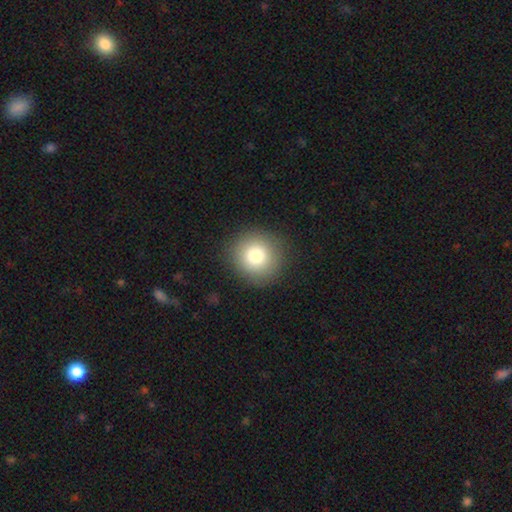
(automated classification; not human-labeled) Morphology: type=smooth (80%); roundness=round (93%); merging=none (90%).